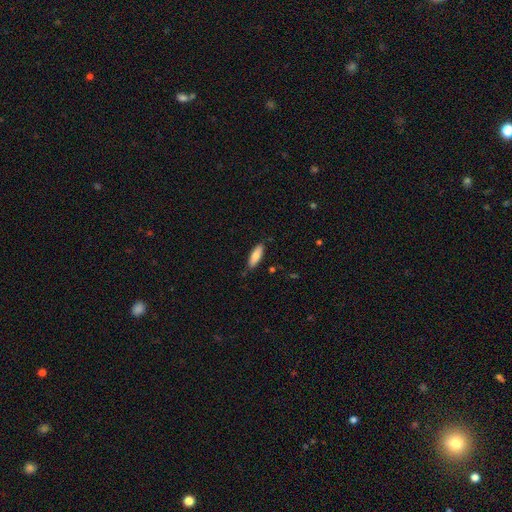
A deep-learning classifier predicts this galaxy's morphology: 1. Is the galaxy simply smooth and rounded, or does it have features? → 82% smooth, 13% featured or disk, 6% star or artifact.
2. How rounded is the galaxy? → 51% in between, 47% cigar-shaped, 2% round.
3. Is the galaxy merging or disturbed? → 82% none, 14% minor disturbance, 2% major disturbance, 2% merger.